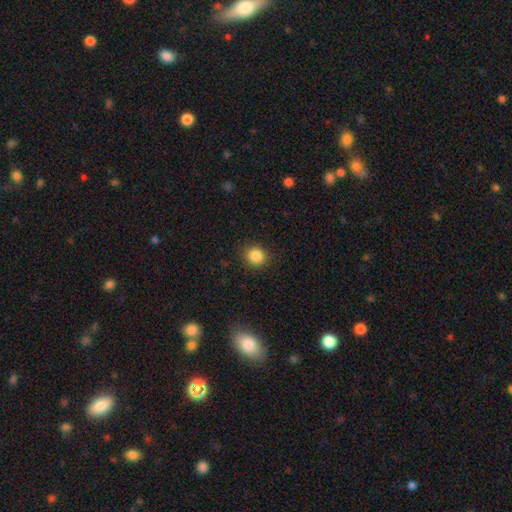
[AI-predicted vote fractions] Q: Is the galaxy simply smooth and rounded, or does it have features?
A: smooth — 86%.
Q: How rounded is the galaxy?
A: round — 87%.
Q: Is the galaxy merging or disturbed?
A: none — 89%.